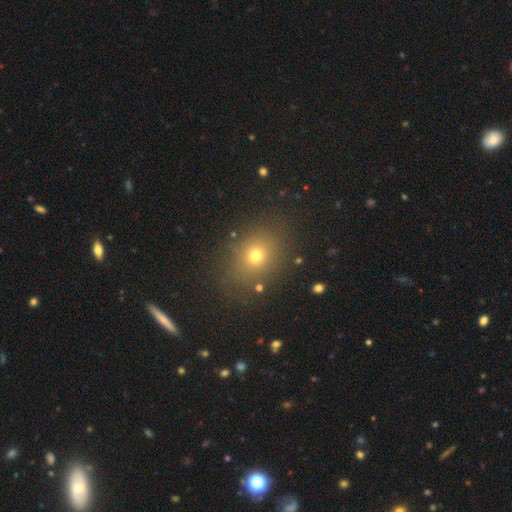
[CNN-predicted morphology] Q: Smooth or featured?
A: smooth (68%); runner-up: star or artifact (21%)
Q: How rounded?
A: round (57%); runner-up: in between (42%)
Q: Merging?
A: none (85%); runner-up: minor disturbance (9%)